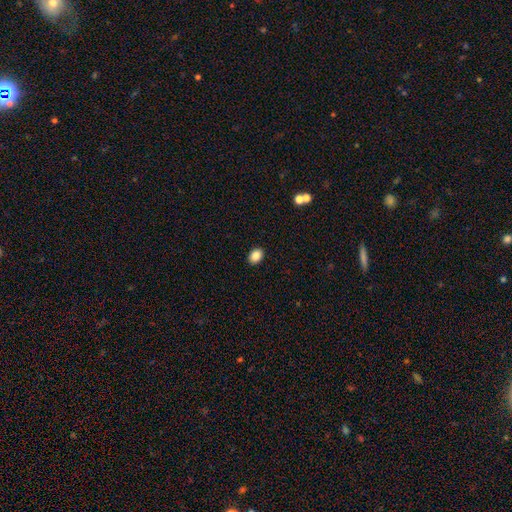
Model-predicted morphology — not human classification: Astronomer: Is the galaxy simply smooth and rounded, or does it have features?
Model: smooth — 87%.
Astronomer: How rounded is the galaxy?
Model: in between — 69%.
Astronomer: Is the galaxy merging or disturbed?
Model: none — 91%.